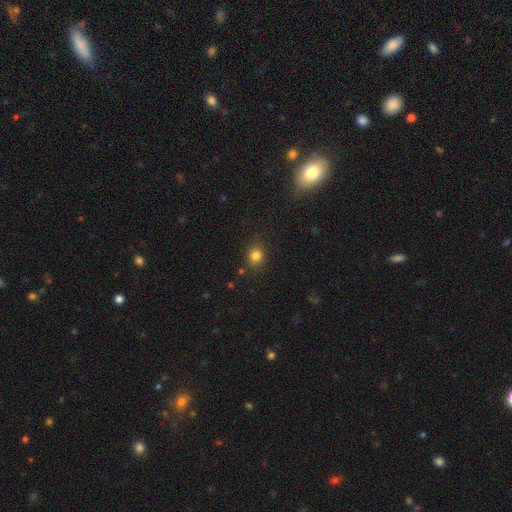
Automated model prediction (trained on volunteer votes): A smooth galaxy with no disk features (81%) that is round (74%).

Vote fractions:
- Smooth or featured? smooth: 81% / star or artifact: 13% / featured or disk: 6%
- How rounded? round: 74% / in between: 25% / cigar-shaped: 1%
- Merging? none: 83% / minor disturbance: 12% / major disturbance: 3% / merger: 2%